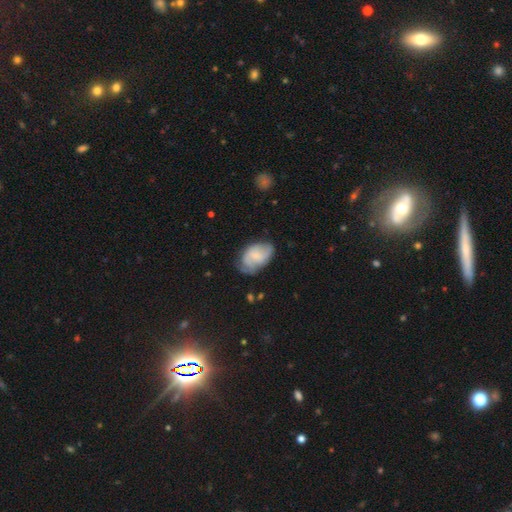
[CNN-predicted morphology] The model was most divided on "smooth or featured": smooth: 52%, featured or disk: 41%, star or artifact: 7%. Remaining: how rounded — in between (87%); merging — none (50%).